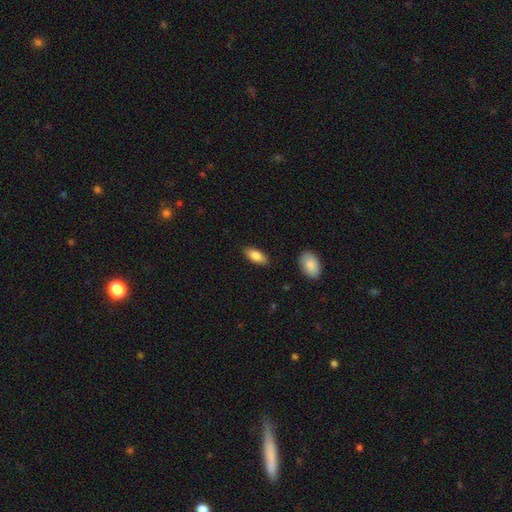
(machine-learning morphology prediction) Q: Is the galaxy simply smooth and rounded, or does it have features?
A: smooth — 84%.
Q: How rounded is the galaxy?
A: in between — 86%.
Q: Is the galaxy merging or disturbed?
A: none — 86%.